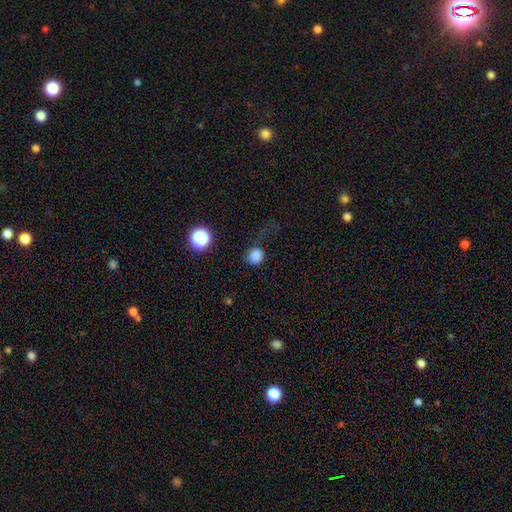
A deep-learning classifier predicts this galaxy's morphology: Smooth or featured: smooth — 81% (star or artifact — 13%)
How rounded: round — 70% (in between — 29%)
Merging: none — 52% (major disturbance — 23%)